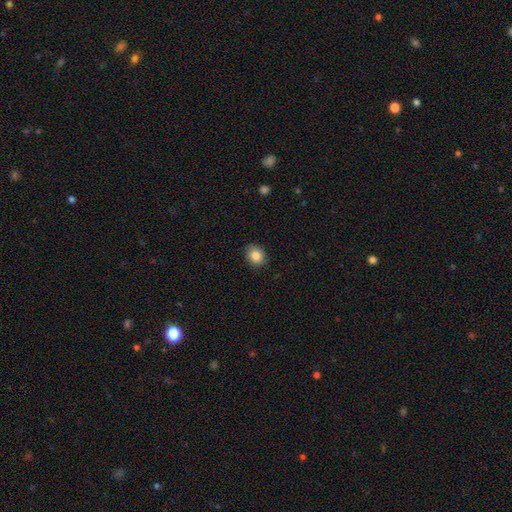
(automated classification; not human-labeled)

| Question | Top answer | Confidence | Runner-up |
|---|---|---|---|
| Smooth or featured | smooth | 85% | star or artifact (9%) |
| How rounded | round | 58% | in between (41%) |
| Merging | none | 87% | minor disturbance (10%) |